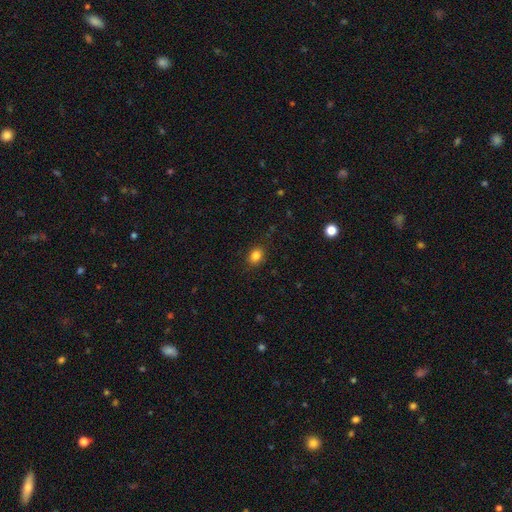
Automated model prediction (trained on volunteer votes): Q: Smooth or featured?
A: smooth (84%); runner-up: star or artifact (11%)
Q: How rounded?
A: in between (54%); runner-up: round (45%)
Q: Merging?
A: none (86%); runner-up: minor disturbance (10%)